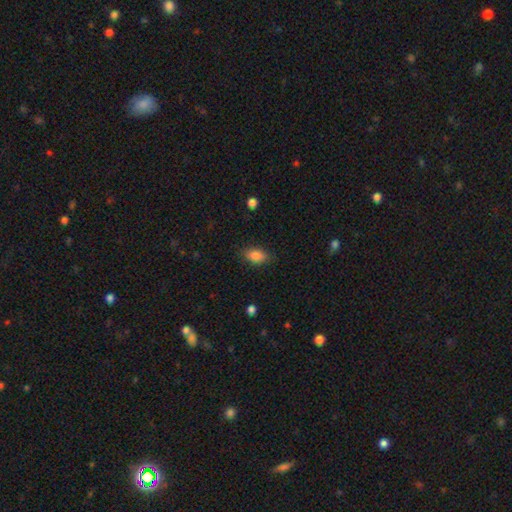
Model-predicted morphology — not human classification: Smooth or featured?
  - smooth: 85% *
  - star or artifact: 8%
  - featured or disk: 7%
How rounded?
  - in between: 88% *
  - round: 8%
  - cigar-shaped: 4%
Merging?
  - none: 82% *
  - minor disturbance: 13%
  - major disturbance: 3%
  - merger: 1%